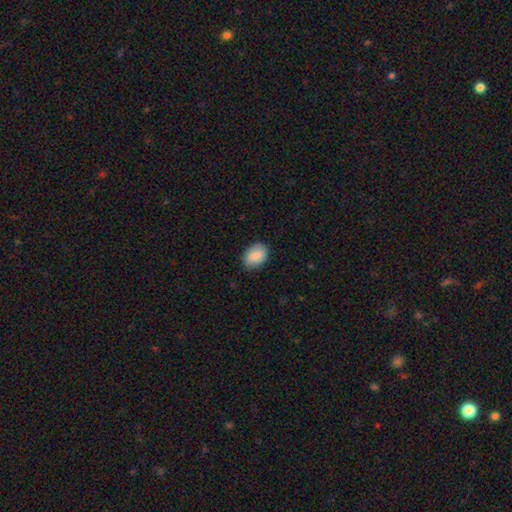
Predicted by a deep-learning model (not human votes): A smooth galaxy with no disk features (88%) that is in between round and cigar-shaped (78%).

Vote fractions:
- Smooth or featured? smooth: 88% / star or artifact: 7% / featured or disk: 5%
- How rounded? in between: 78% / round: 21% / cigar-shaped: 1%
- Merging? none: 82% / minor disturbance: 15% / major disturbance: 3% / merger: 1%